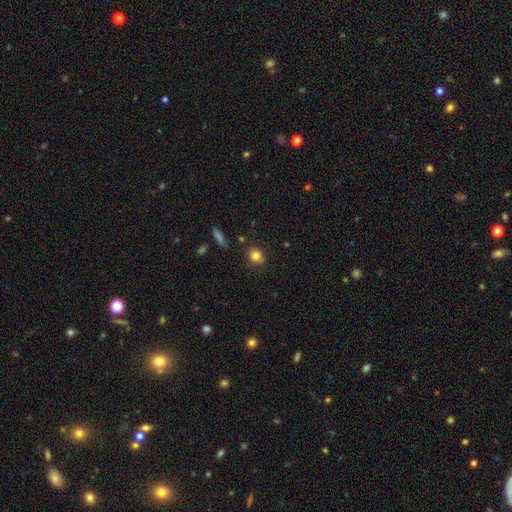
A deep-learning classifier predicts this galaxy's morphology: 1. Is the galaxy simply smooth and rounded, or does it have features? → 82% smooth, 10% star or artifact, 8% featured or disk.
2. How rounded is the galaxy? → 58% round, 40% in between, 2% cigar-shaped.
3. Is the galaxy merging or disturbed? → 79% none, 15% minor disturbance, 3% major disturbance, 3% merger.